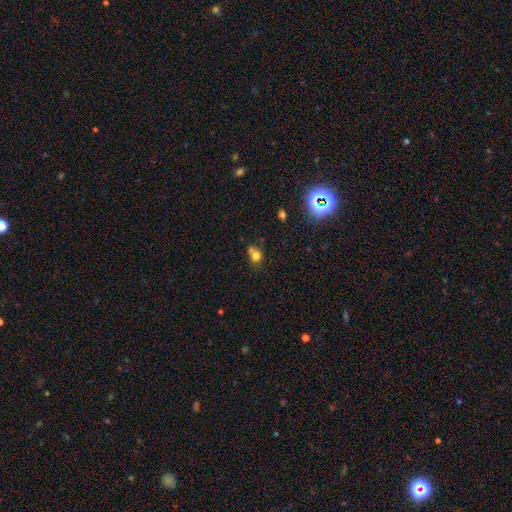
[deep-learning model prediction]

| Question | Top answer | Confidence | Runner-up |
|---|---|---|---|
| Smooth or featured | smooth | 72% | star or artifact (16%) |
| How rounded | round | 69% | in between (29%) |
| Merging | none | 43% | merger (36%) |